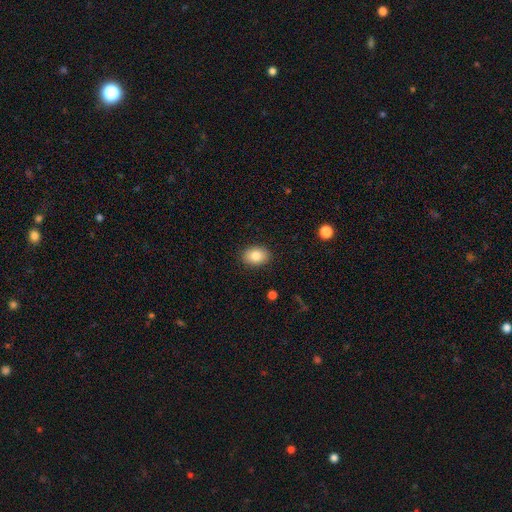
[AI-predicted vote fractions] A smooth galaxy with no disk features (84%) that is in between round and cigar-shaped (77%). Merging: none (89%).